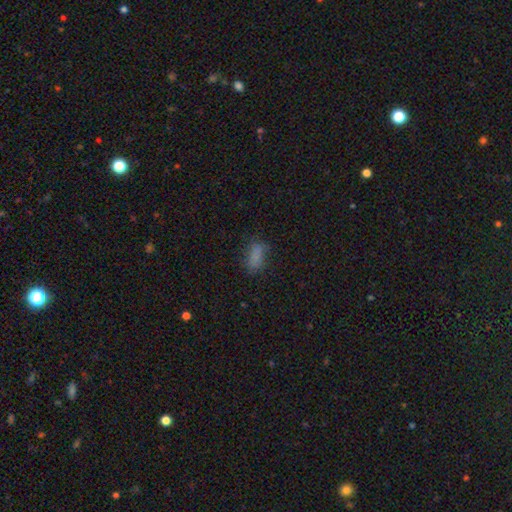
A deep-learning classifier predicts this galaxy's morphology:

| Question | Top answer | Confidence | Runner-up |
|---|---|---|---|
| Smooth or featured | smooth | 78% | star or artifact (13%) |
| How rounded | in between | 82% | cigar-shaped (13%) |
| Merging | none | 67% | minor disturbance (22%) |